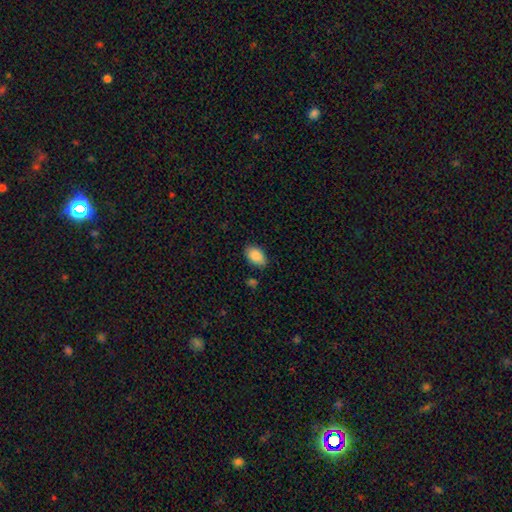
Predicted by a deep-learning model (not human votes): This appears to be a smooth galaxy with no disk features (89%) that is in between round and cigar-shaped (89%). Merging: none (81%).